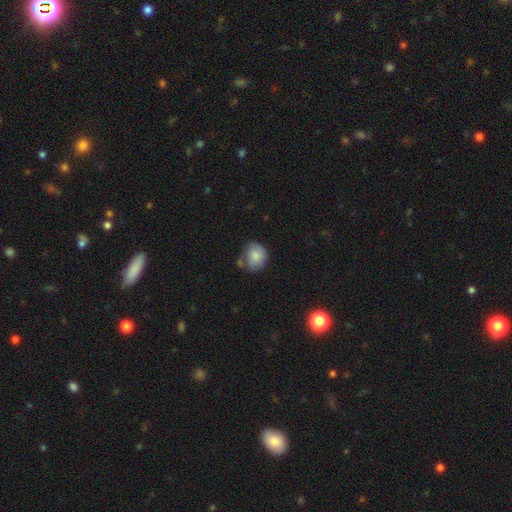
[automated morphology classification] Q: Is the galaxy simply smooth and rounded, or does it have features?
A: smooth — 80%.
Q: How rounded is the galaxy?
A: round — 63%.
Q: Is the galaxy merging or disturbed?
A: none — 52%.